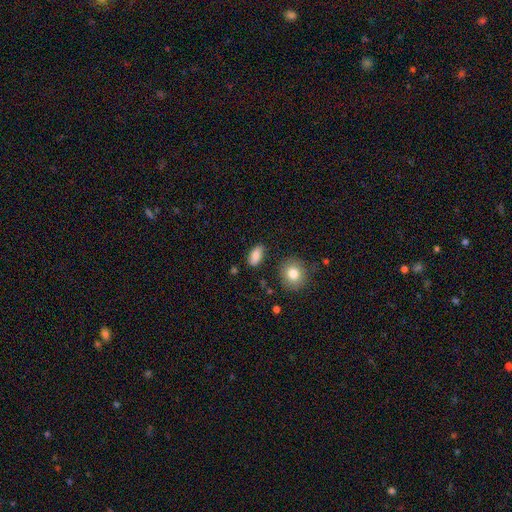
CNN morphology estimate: Smooth or featured: smooth — 80% (featured or disk — 11%)
How rounded: in between — 87% (round — 7%)
Merging: none — 83% (minor disturbance — 12%)